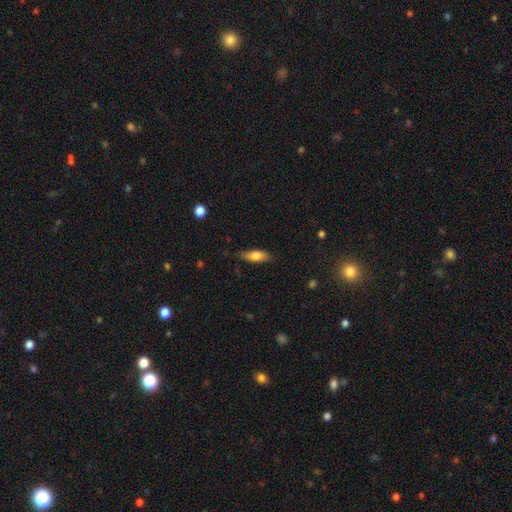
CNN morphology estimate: Smooth or featured?
  - smooth: 75% *
  - featured or disk: 19%
  - star or artifact: 7%
How rounded?
  - in between: 65% *
  - cigar-shaped: 33%
  - round: 3%
Merging?
  - none: 78% *
  - minor disturbance: 17%
  - major disturbance: 3%
  - merger: 1%